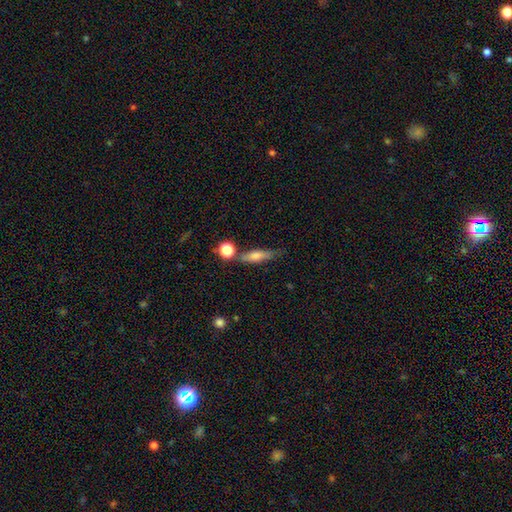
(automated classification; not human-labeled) Smooth or featured? Predicted: smooth (p=0.57). How rounded? Predicted: cigar-shaped (p=0.61). Merging? Predicted: none (p=0.62).